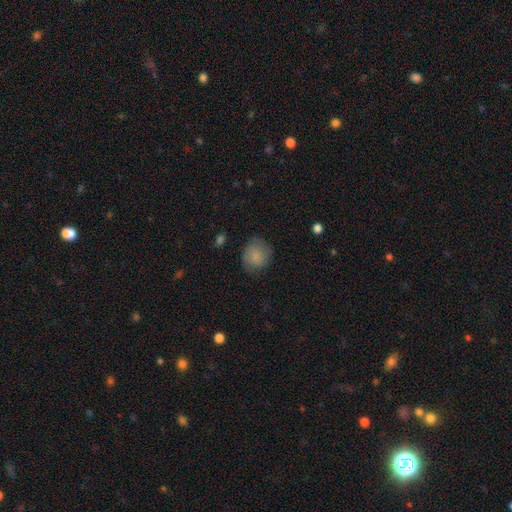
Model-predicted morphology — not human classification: A smooth galaxy with no disk features (81%) that is round (78%).

Vote fractions:
- Smooth or featured? smooth: 81% / featured or disk: 11% / star or artifact: 8%
- How rounded? round: 78% / in between: 21% / cigar-shaped: 1%
- Merging? none: 75% / minor disturbance: 18% / major disturbance: 5% / merger: 1%